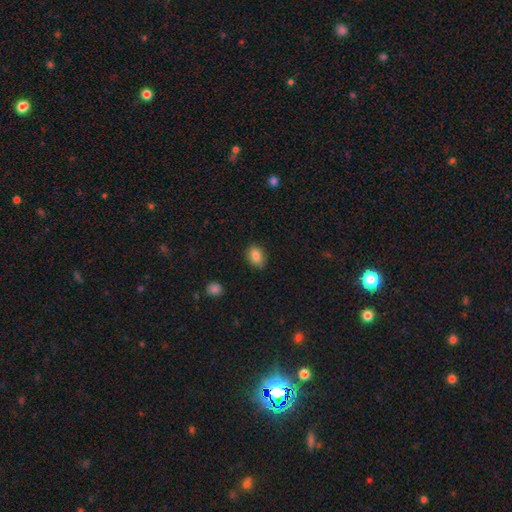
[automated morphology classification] The model was most divided on "how rounded": in between: 73%, round: 25%, cigar-shaped: 2%. More confident: merging — none (84%); smooth or featured — smooth (84%).